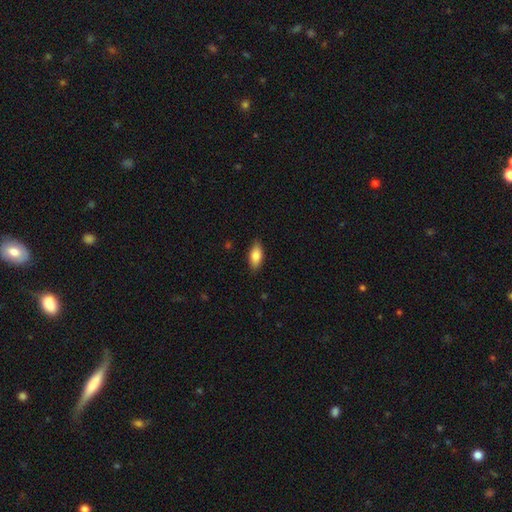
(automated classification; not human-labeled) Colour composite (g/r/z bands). It shows a smooth galaxy with no disk features (82%) that is in between round and cigar-shaped (87%). Merging: none (86%).